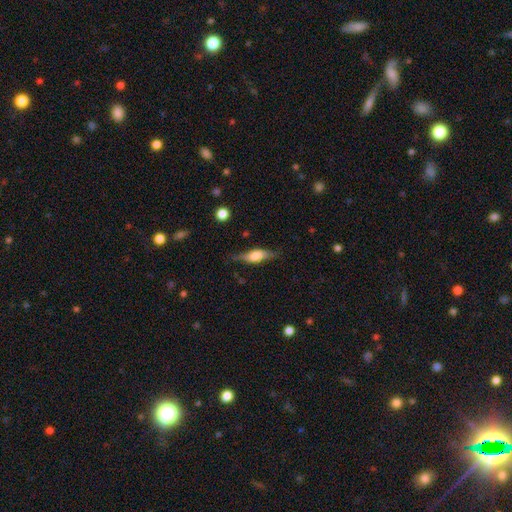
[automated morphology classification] type=featured or disk (49%); merging=none (74%).